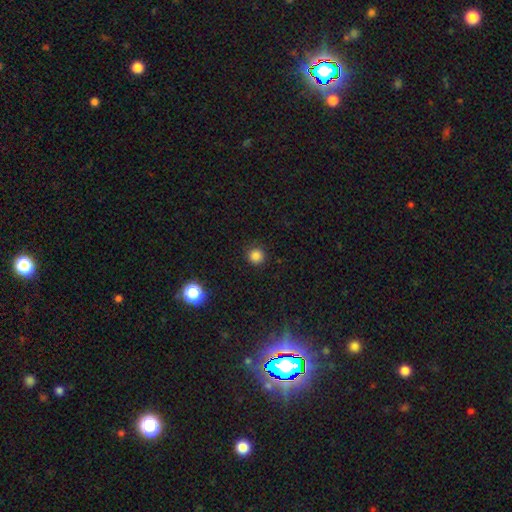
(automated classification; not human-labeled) This appears to be a smooth galaxy with no disk features (83%) that is round (94%). Merging: none (88%).